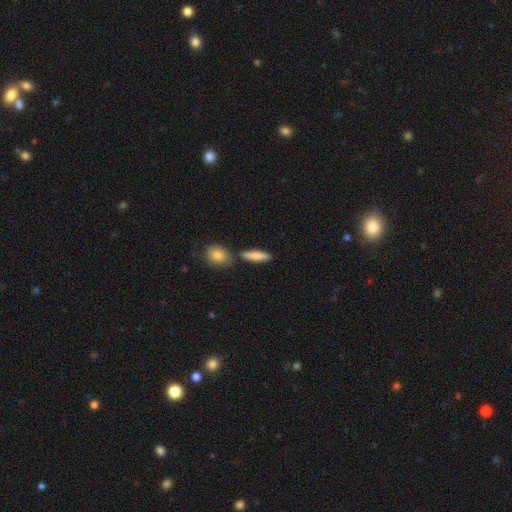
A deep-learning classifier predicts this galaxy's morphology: A smooth galaxy with no disk features (82%) that is cigar-shaped (66%). Merging: none (74%).